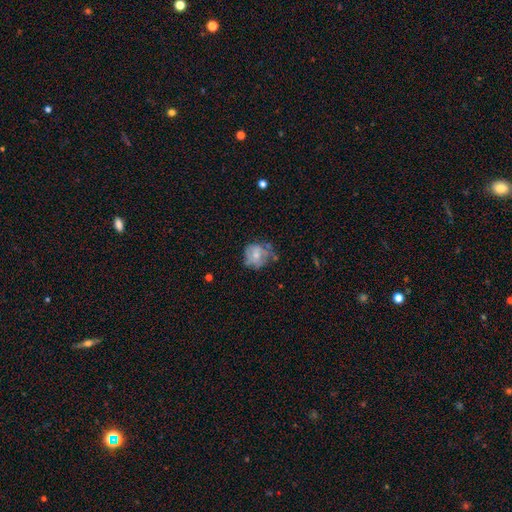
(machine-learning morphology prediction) type=featured or disk (48%); merging=none (56%).